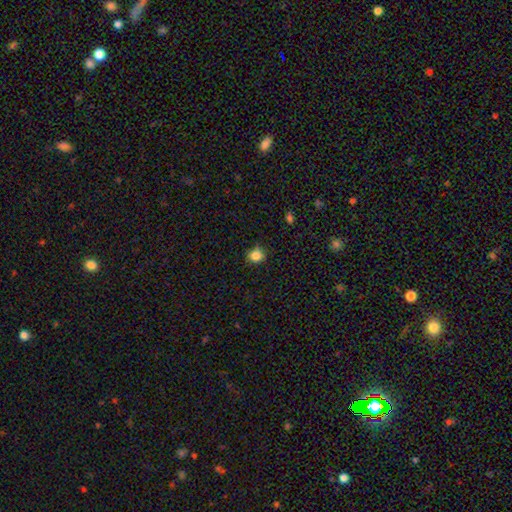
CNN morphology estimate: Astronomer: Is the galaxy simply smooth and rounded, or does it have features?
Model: smooth — 82%.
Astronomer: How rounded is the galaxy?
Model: round — 79%.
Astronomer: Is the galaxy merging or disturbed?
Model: none — 75%.